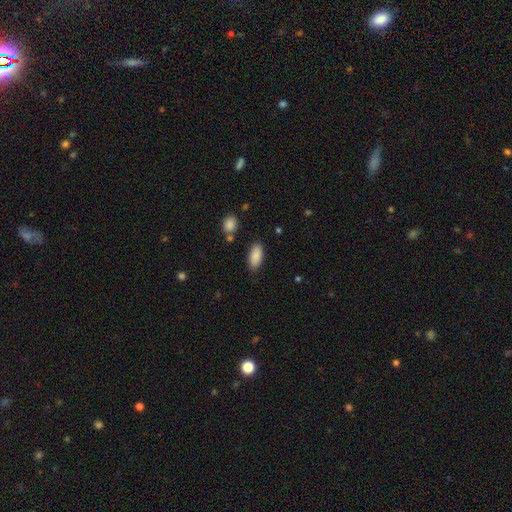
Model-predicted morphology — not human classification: A smooth galaxy with no disk features (88%) that is in between round and cigar-shaped (89%). Merging: none (83%).